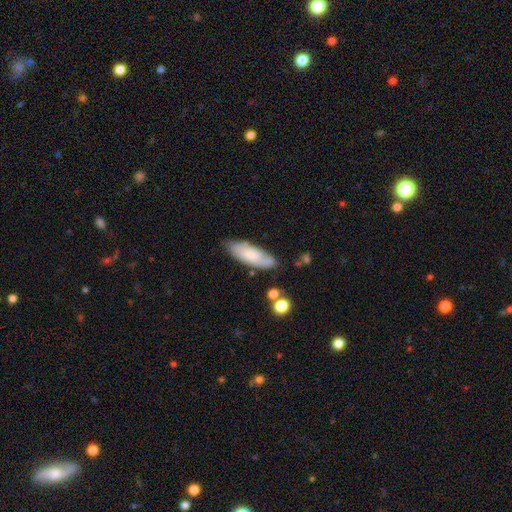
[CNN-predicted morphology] A smooth galaxy with no disk features (65%) that is in between round and cigar-shaped (66%). Merging: none (72%).